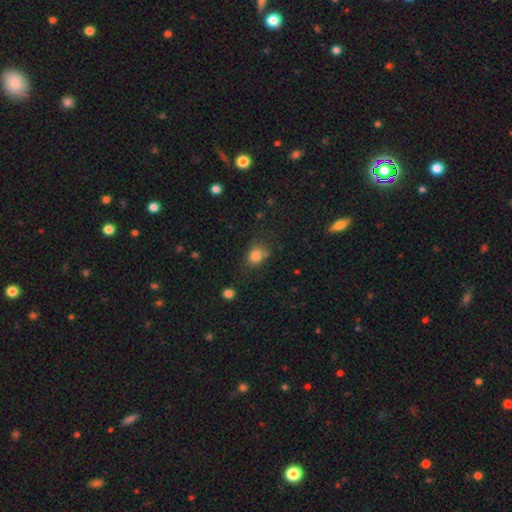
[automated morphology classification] smooth-or-featured: smooth: 81% | star or artifact: 12% | featured or disk: 7%
  how-rounded: round: 57% | in between: 42% | cigar-shaped: 1%
  merging: none: 66% | minor disturbance: 22% | major disturbance: 7% | merger: 6%